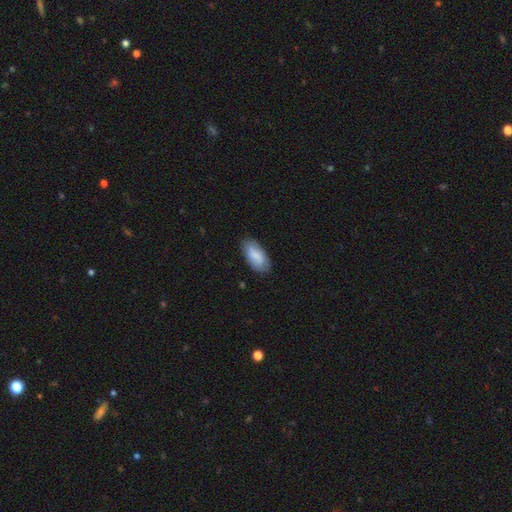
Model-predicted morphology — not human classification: Overall: smooth (81%). How rounded: in between (92%). Merging: none (82%).